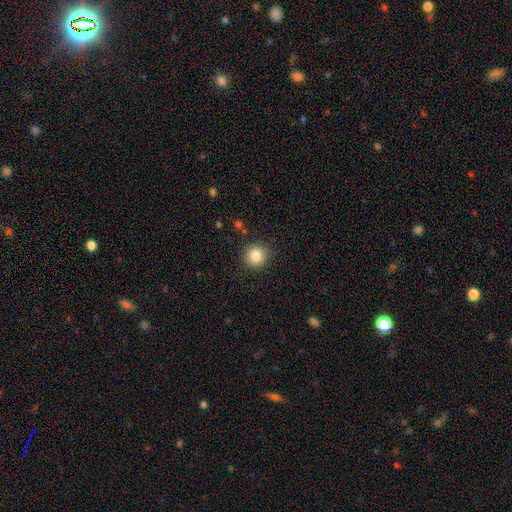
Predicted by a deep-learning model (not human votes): A smooth galaxy with no disk features (83%) that is round (91%).

Vote fractions:
- Smooth or featured? smooth: 83% / star or artifact: 10% / featured or disk: 7%
- How rounded? round: 91% / in between: 8% / cigar-shaped: 1%
- Merging? none: 86% / minor disturbance: 10% / major disturbance: 3% / merger: 1%